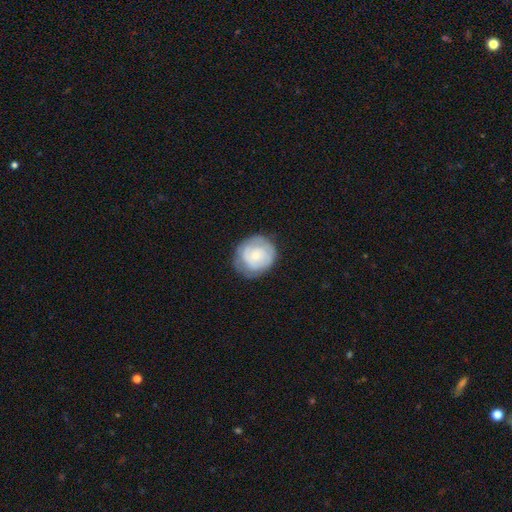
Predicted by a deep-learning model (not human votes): Smooth or featured? Predicted: smooth (p=0.48). Merging? Predicted: none (p=0.69).